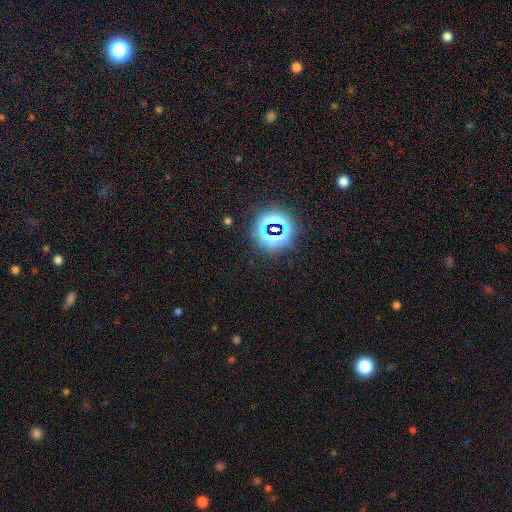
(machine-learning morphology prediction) smooth-or-featured: star or artifact: 80% | smooth: 14% | featured or disk: 7%